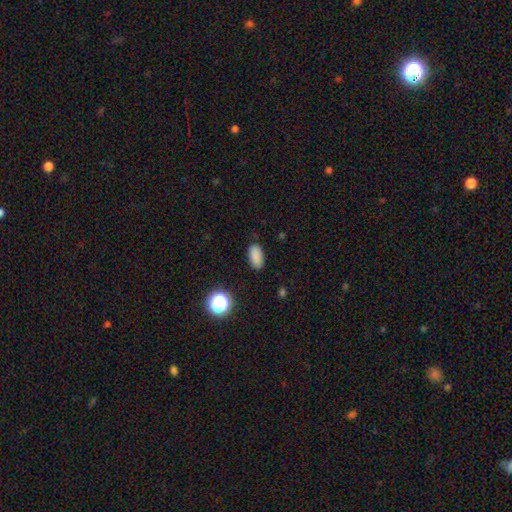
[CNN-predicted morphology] This appears to be a smooth galaxy with no disk features (85%) that is in between round and cigar-shaped (92%). Merging: none (86%).